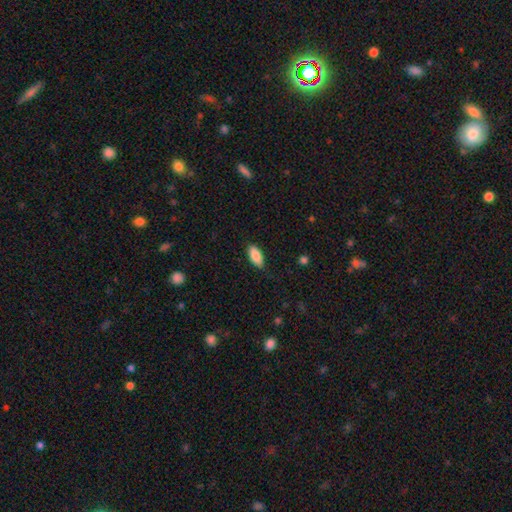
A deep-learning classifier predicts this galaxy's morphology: Smooth or featured? smooth (86%)
How rounded? in between (87%)
Merging? none (82%)